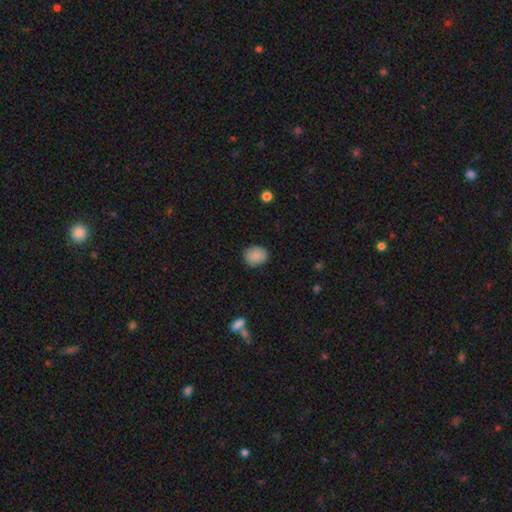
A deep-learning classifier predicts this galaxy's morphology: type=smooth (88%); roundness=round (57%); merging=none (85%).